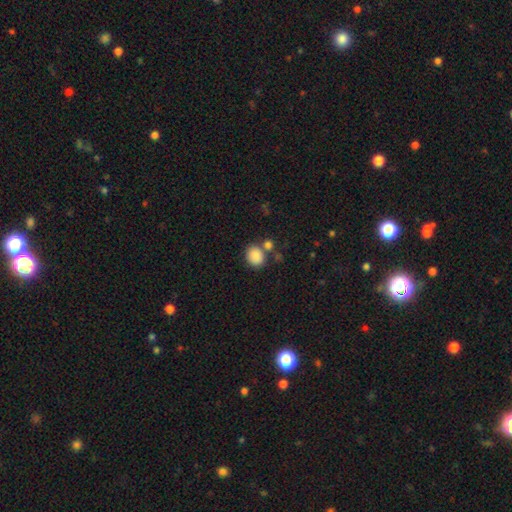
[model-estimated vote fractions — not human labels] smooth_or_featured: smooth (p=0.86) [alt: star or artifact p=0.09]
how_rounded: round (p=0.57) [alt: in between p=0.42]
merging: none (p=0.63) [alt: merger p=0.20]